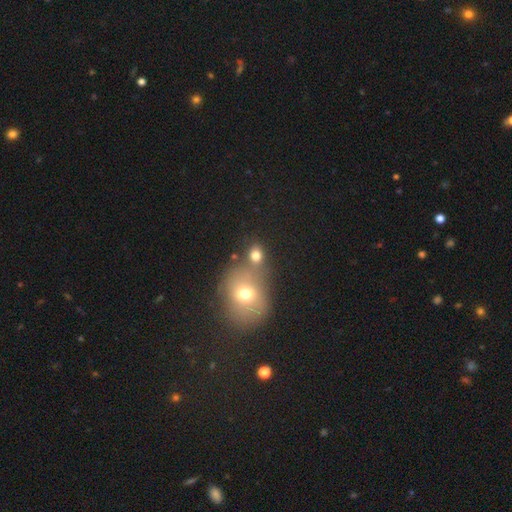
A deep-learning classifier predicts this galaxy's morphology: This is likely a smooth galaxy (74%). How rounded: likely round (62%). Merging: possibly none (50%).